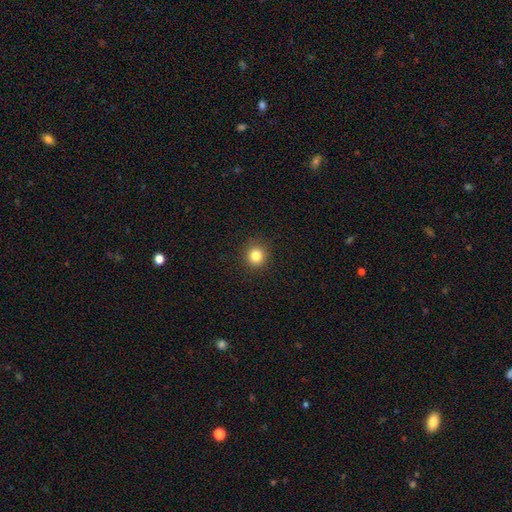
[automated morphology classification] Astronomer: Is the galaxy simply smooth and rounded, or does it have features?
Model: smooth — 83%.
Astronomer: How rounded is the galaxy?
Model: round — 91%.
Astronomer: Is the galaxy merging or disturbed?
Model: none — 91%.